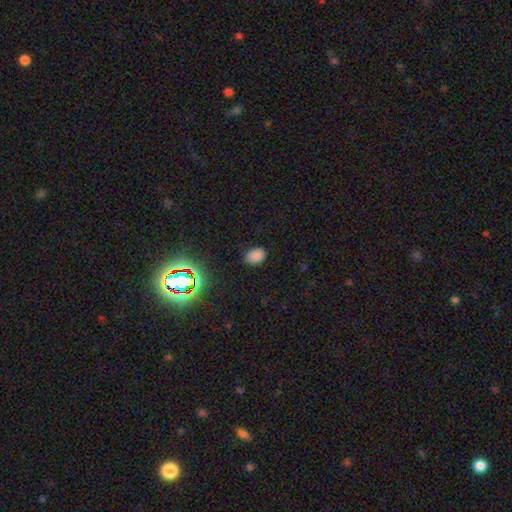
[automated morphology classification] The model was most divided on "how rounded": in between: 81%, round: 18%, cigar-shaped: 1%. More confident: merging — none (83%); smooth or featured — smooth (80%).